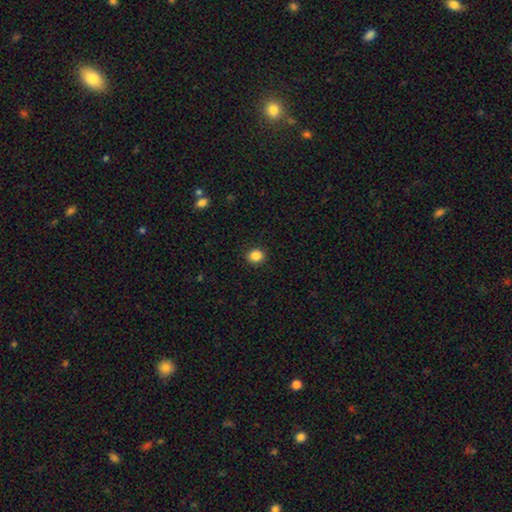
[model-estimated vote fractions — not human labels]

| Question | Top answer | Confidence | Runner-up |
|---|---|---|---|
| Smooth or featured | smooth | 86% | star or artifact (10%) |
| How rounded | round | 79% | in between (20%) |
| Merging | none | 91% | minor disturbance (6%) |